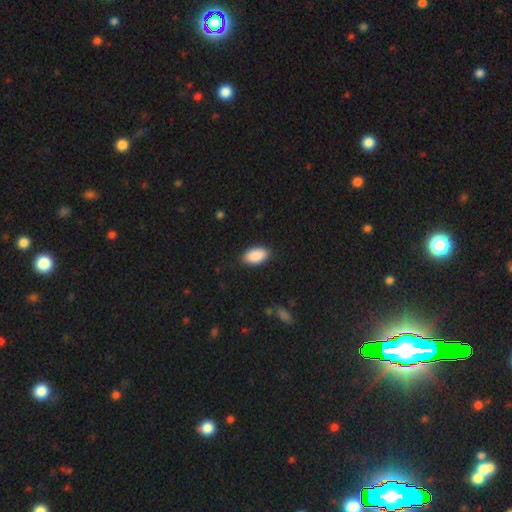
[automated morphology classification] smooth 90%, star or artifact 6%, featured or disk 3%. Down the decision tree: how rounded — in between (94%); merging — none (86%).